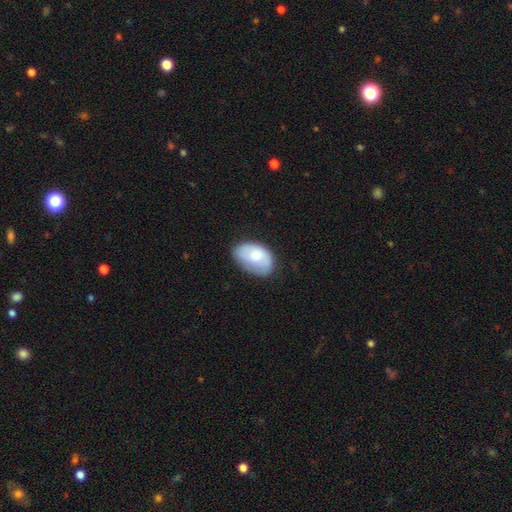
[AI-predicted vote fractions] A smooth galaxy with no disk features (72%) that is in between round and cigar-shaped (91%).

Vote fractions:
- Smooth or featured? smooth: 72% / featured or disk: 22% / star or artifact: 6%
- How rounded? in between: 91% / round: 8% / cigar-shaped: 1%
- Merging? none: 61% / minor disturbance: 29% / major disturbance: 8% / merger: 2%